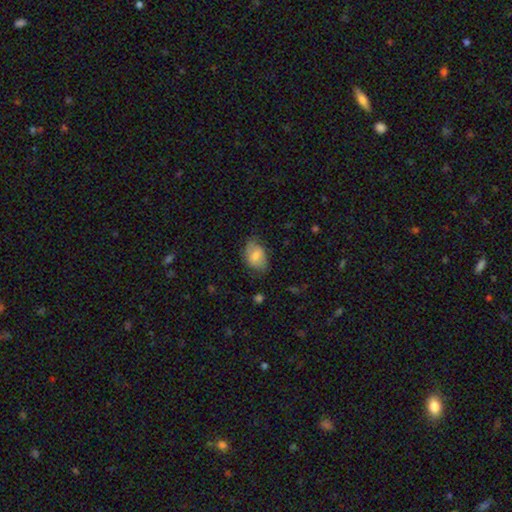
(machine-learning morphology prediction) Smooth or featured?
  - smooth: 70% *
  - featured or disk: 23%
  - star or artifact: 7%
How rounded?
  - in between: 84% *
  - round: 15%
  - cigar-shaped: 1%
Merging?
  - none: 62% *
  - minor disturbance: 29%
  - major disturbance: 8%
  - merger: 1%